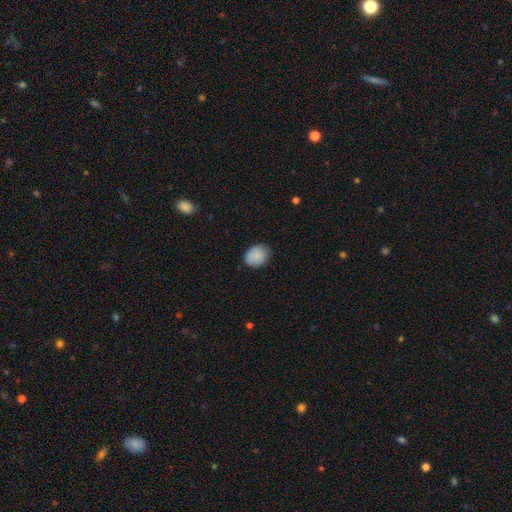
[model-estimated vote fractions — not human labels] Smooth or featured: smooth — 88% (star or artifact — 7%)
How rounded: in between — 56% (round — 43%)
Merging: none — 82% (minor disturbance — 15%)